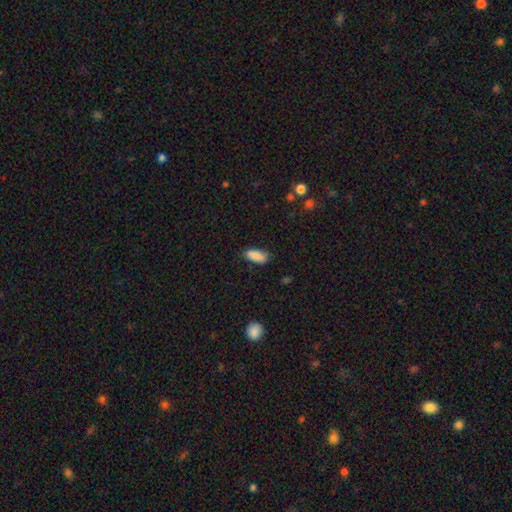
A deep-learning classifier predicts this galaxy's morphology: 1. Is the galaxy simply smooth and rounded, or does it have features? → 88% smooth, 7% star or artifact, 6% featured or disk.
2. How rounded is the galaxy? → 84% in between, 14% cigar-shaped, 2% round.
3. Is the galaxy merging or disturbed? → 78% none, 17% minor disturbance, 3% major disturbance, 1% merger.